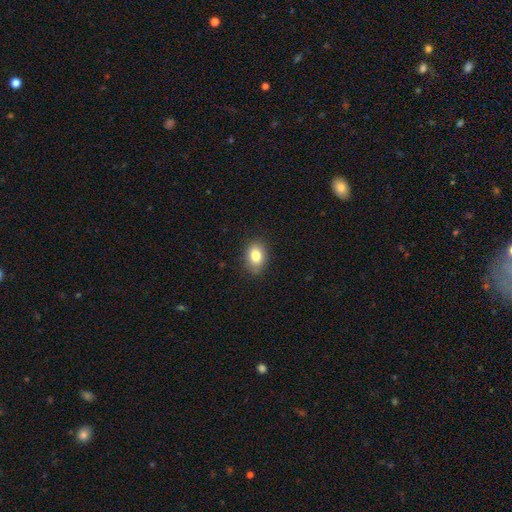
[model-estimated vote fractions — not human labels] smooth_or_featured: smooth (p=0.82) [alt: featured or disk p=0.09]
how_rounded: in between (p=0.76) [alt: round p=0.23]
merging: none (p=0.84) [alt: minor disturbance p=0.12]